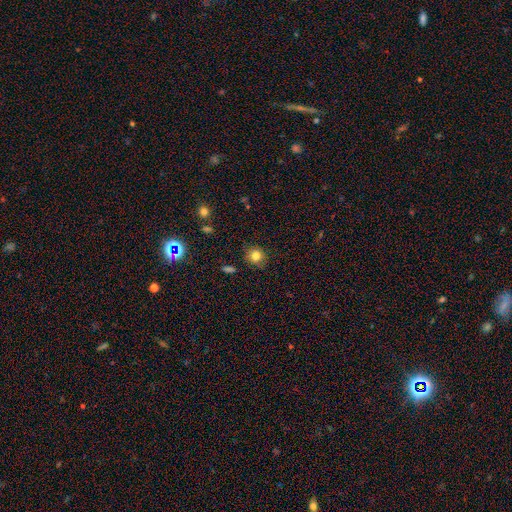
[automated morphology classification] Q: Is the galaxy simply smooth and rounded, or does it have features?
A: smooth — 80%.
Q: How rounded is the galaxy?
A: round — 84%.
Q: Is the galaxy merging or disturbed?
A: none — 83%.